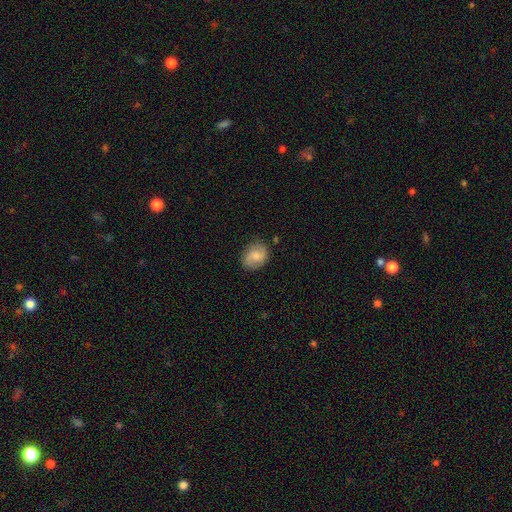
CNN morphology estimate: Smooth or featured? smooth (59%)
How rounded? round (52%)
Merging? none (77%)